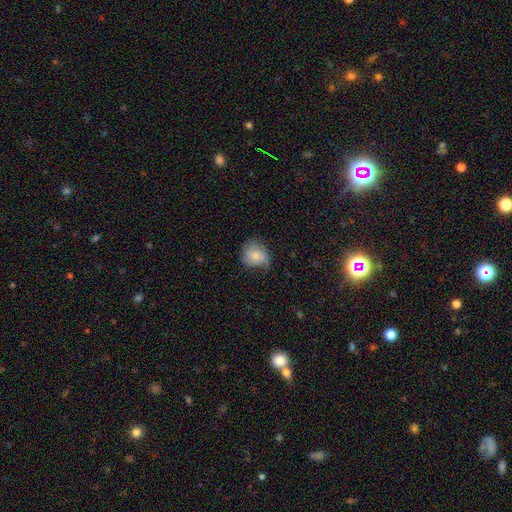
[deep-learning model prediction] Smooth or featured: smooth — 69% (featured or disk — 24%)
How rounded: round — 67% (in between — 32%)
Merging: none — 48% (minor disturbance — 35%)